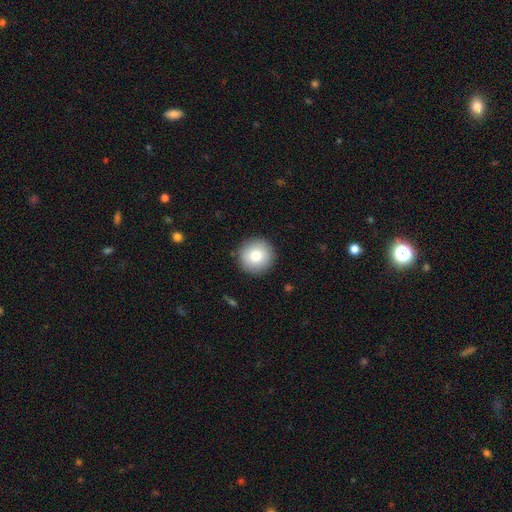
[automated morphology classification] Smooth or featured?
  - smooth: 80% *
  - featured or disk: 12%
  - star or artifact: 8%
How rounded?
  - round: 95% *
  - in between: 4%
  - cigar-shaped: 1%
Merging?
  - none: 92% *
  - minor disturbance: 6%
  - major disturbance: 2%
  - merger: 1%